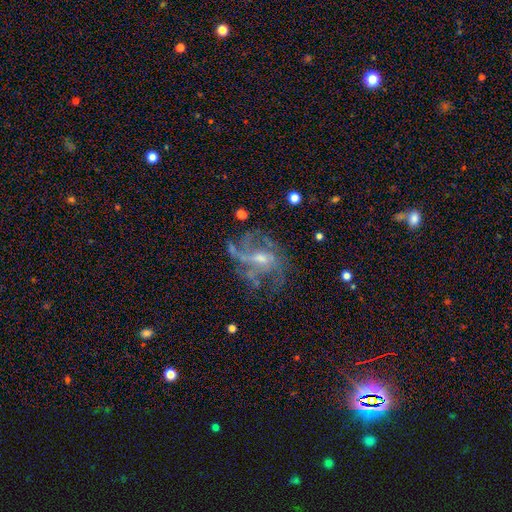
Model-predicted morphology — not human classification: Q: Smooth or featured?
A: featured or disk (68%); runner-up: star or artifact (22%)
Q: Edge-on disk?
A: no (96%); runner-up: yes (4%)
Q: Bar?
A: weak (44%); runner-up: no (39%)
Q: Spiral arms?
A: yes (86%); runner-up: no (14%)
Q: Spiral winding?
A: medium (44%); runner-up: loose (29%)
Q: Spiral arm count?
A: can't tell (32%); runner-up: 3 (21%)
Q: Bulge size?
A: small (51%); runner-up: moderate (39%)
Q: Merging?
A: none (61%); runner-up: major disturbance (19%)